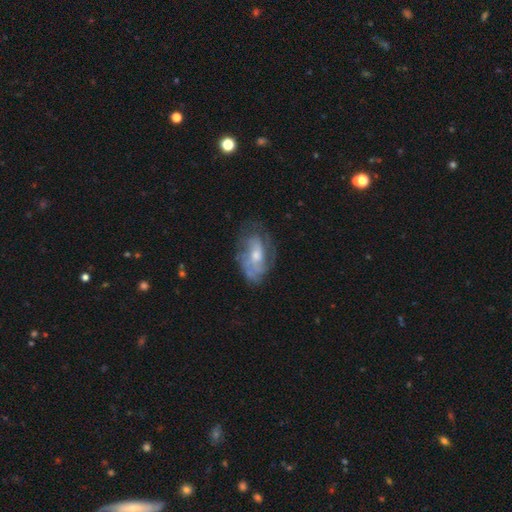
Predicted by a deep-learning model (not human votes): A featured or disk galaxy (66%) with no bar (67%), spiral arms (71%) and a moderate central bulge (53%).

Vote fractions:
- Smooth or featured? featured or disk: 66% / smooth: 27% / star or artifact: 7%
- Edge-on disk? no: 95% / yes: 5%
- Bar? no: 67% / weak: 28% / strong: 5%
- Spiral arms? yes: 71% / no: 29%
- Bulge size? moderate: 53% / small: 38% / large: 5% / none: 4% / dominant: 1%
- Merging? none: 56% / minor disturbance: 25% / major disturbance: 17% / merger: 2%